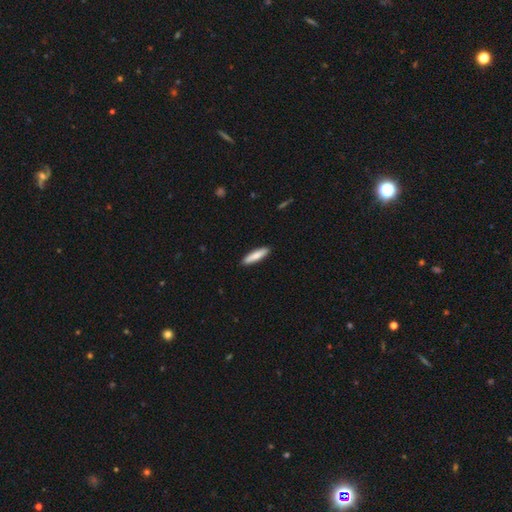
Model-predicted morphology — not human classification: Smooth or featured: smooth — 81% (featured or disk — 14%)
How rounded: cigar-shaped — 81% (in between — 17%)
Merging: none — 91% (minor disturbance — 7%)